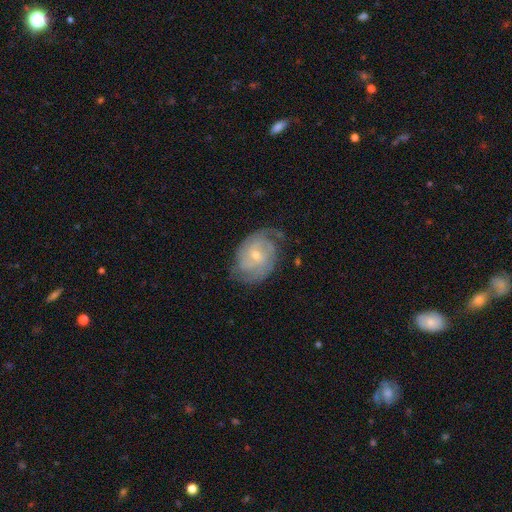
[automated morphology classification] Smooth or featured: featured or disk — 81% (smooth — 14%)
Edge-on disk: no — 97% (yes — 3%)
Bar: no — 59% (weak — 34%)
Spiral arms: yes — 93% (no — 7%)
Spiral winding: tight — 53% (medium — 35%)
Spiral arm count: 2 — 48% (can't tell — 26%)
Bulge size: small — 64% (moderate — 33%)
Merging: none — 67% (minor disturbance — 22%)